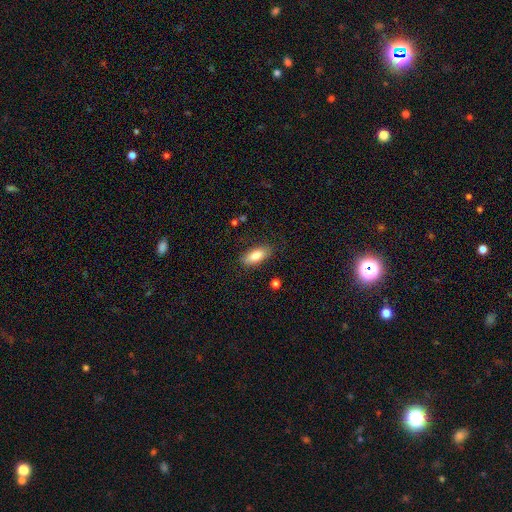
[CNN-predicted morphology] Overall: smooth (83%). How rounded: in between (82%). Merging: none (85%).